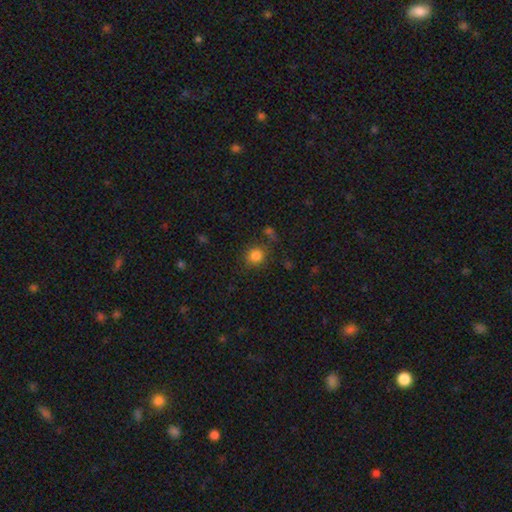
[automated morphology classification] smooth 84%, star or artifact 12%, featured or disk 5%. Down the decision tree: how rounded — round (85%); merging — none (79%).